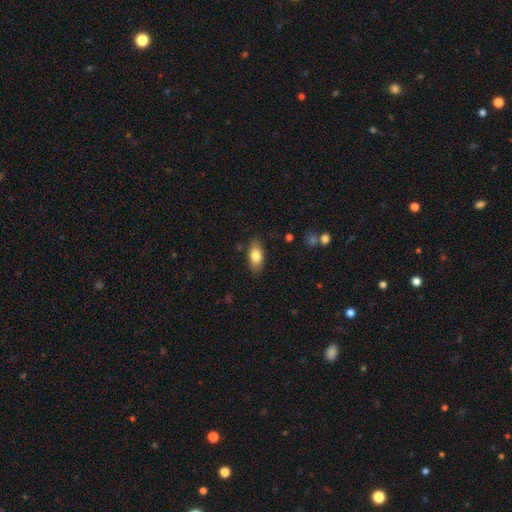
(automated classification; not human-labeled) This appears to be a smooth galaxy with no disk features (80%) that is in between round and cigar-shaped (87%). Merging: none (84%).